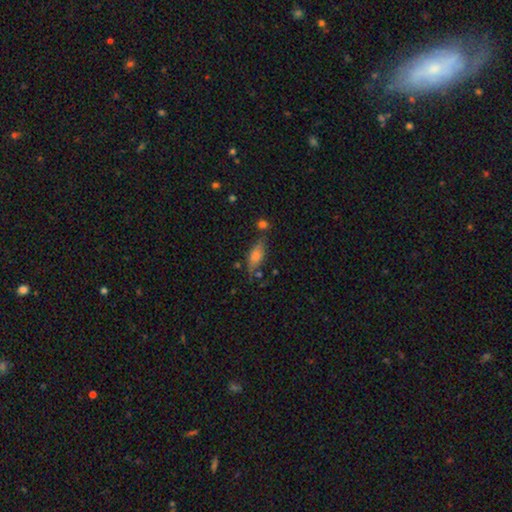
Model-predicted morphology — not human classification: Smooth or featured? Predicted: smooth (p=0.58). How rounded? Predicted: in between (p=0.60). Merging? Predicted: none (p=0.65).